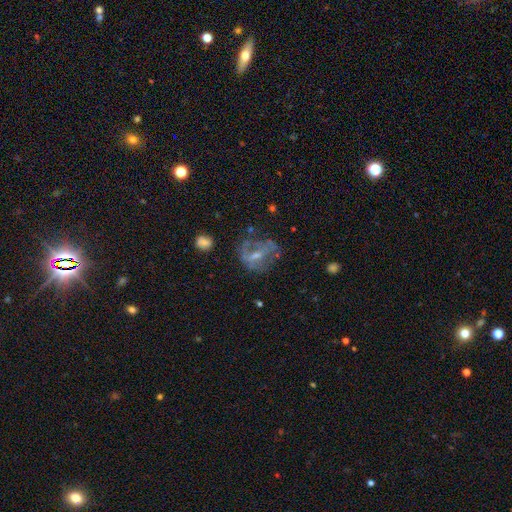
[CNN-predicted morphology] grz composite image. It shows a featured or disk galaxy (63%) with a weak bar (41%), no spiral arms (54%) and a small central bulge (52%). Merging: none (51%).